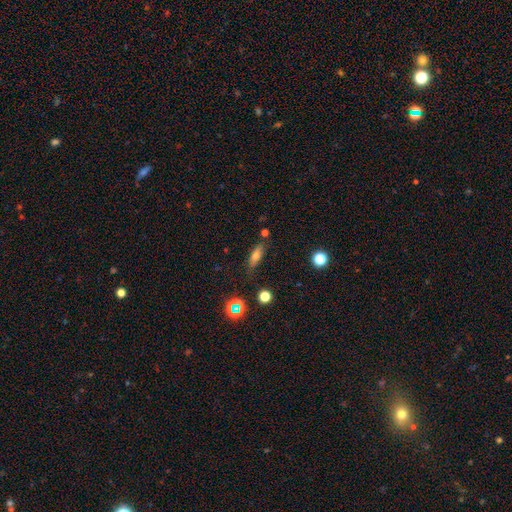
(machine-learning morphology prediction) A smooth galaxy with no disk features (63%) that is in between round and cigar-shaped (55%).

Vote fractions:
- Smooth or featured? smooth: 63% / featured or disk: 23% / star or artifact: 14%
- How rounded? in between: 55% / cigar-shaped: 40% / round: 6%
- Merging? none: 77% / minor disturbance: 15% / merger: 4% / major disturbance: 4%